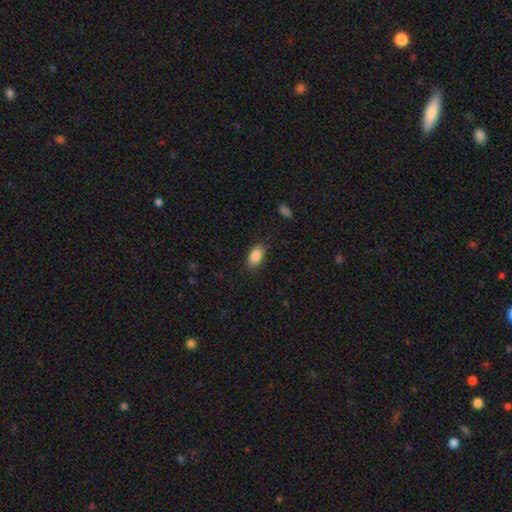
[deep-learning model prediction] smooth-or-featured: smooth: 87% | star or artifact: 7% | featured or disk: 6%
  how-rounded: in between: 91% | round: 5% | cigar-shaped: 3%
  merging: none: 84% | minor disturbance: 12% | major disturbance: 3% | merger: 1%